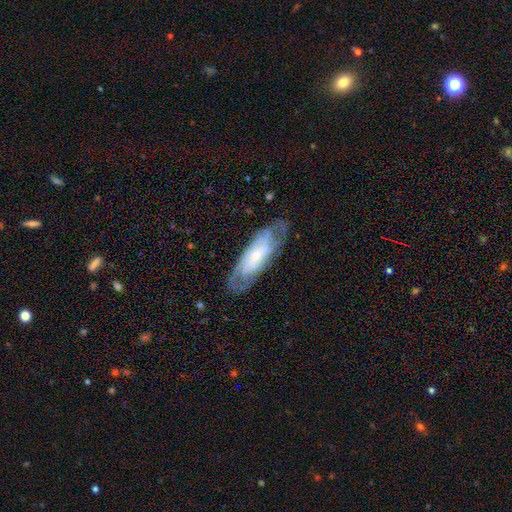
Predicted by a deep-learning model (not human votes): Morphology: type=featured or disk (72%); edge-on=no (83%); bar=no (66%); spiral arms=yes (86%); winding=tight (59%); arm count=can't tell (48%); bulge=small (72%); merging=none (73%).